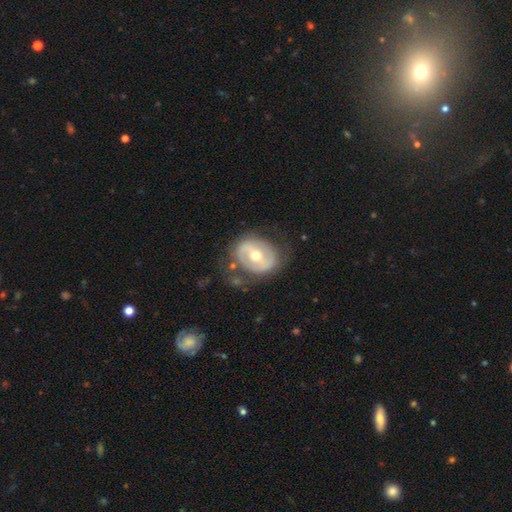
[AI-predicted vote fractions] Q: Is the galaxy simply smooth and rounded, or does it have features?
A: featured or disk — 63%.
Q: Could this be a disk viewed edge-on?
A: no — 95%.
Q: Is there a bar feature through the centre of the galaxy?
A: weak — 37%.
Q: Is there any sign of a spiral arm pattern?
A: no — 58%.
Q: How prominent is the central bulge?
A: moderate — 68%.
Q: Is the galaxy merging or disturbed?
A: none — 66%.